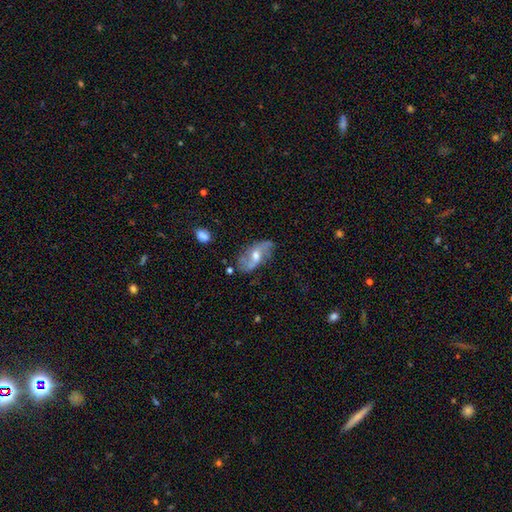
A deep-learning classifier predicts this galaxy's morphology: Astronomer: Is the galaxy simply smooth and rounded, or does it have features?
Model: featured or disk — 70%.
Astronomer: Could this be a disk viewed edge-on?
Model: no — 91%.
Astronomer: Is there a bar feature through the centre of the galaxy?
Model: weak — 44% (runner-up: no, 41%).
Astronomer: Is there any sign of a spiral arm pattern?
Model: yes — 84%.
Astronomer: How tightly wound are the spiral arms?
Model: loose — 66%.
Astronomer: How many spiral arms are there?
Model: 2 — 87%.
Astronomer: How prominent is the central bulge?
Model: moderate — 70%.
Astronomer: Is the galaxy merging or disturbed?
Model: none — 67%.